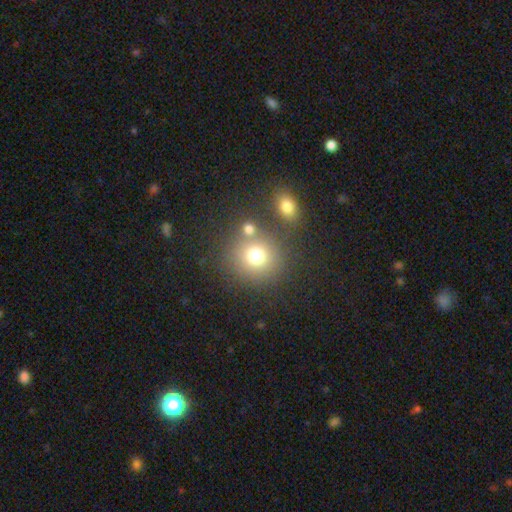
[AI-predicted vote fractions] This appears to be a smooth galaxy with no disk features (74%) that is round (87%). Merging: none (67%).